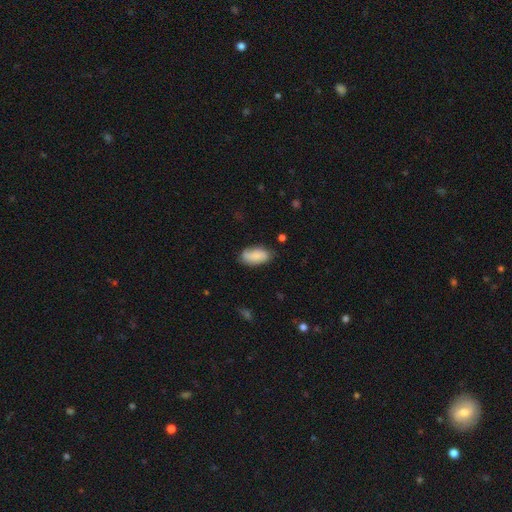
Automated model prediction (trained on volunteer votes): This is likely a smooth galaxy (76%). How rounded: clearly in between (92%). Merging: likely none (71%).